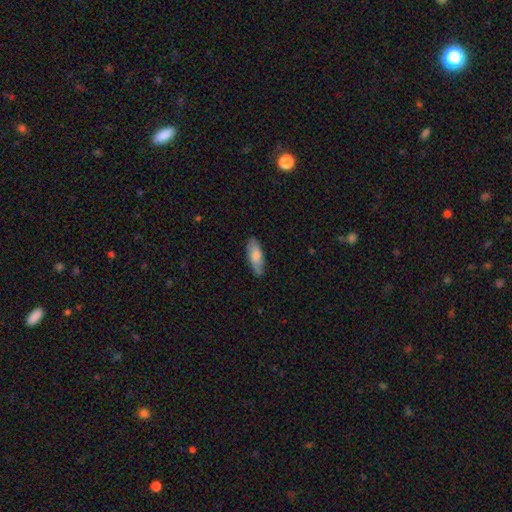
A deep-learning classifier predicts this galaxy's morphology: type=smooth (80%); roundness=in between (66%); merging=none (84%).